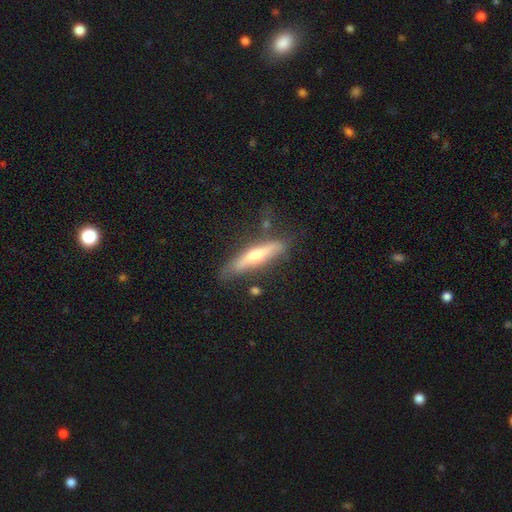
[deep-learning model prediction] smooth_or_featured: featured or disk (p=0.58) [alt: smooth p=0.36]
disk_edge_on: yes (p=0.88) [alt: no p=0.12]
edge_on_bulge: rounded (p=0.87) [alt: none p=0.09]
merging: none (p=0.71) [alt: minor disturbance p=0.19]